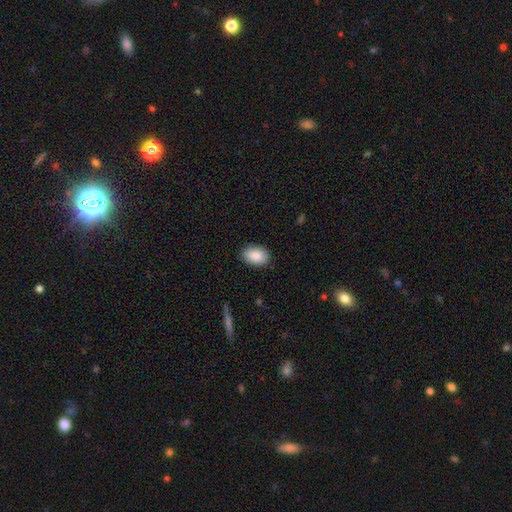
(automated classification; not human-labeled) A smooth galaxy with no disk features (88%) that is in between round and cigar-shaped (88%).

Vote fractions:
- Smooth or featured? smooth: 88% / star or artifact: 6% / featured or disk: 5%
- How rounded? in between: 88% / round: 11% / cigar-shaped: 1%
- Merging? none: 86% / minor disturbance: 11% / major disturbance: 2% / merger: 1%